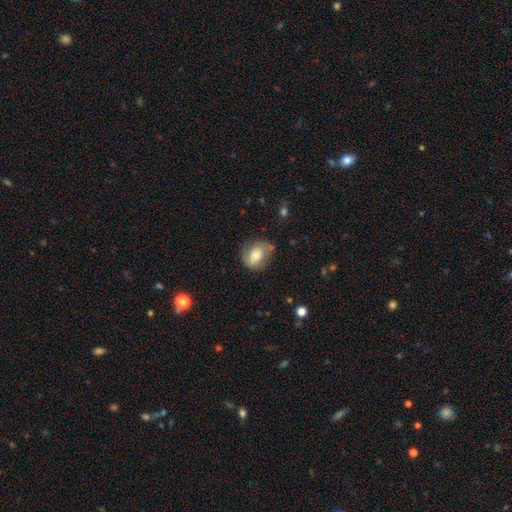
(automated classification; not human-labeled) smooth-or-featured: smooth: 65% | featured or disk: 27% | star or artifact: 8%
  how-rounded: round: 50% | in between: 49% | cigar-shaped: 1%
  merging: none: 64% | minor disturbance: 24% | major disturbance: 8% | merger: 4%